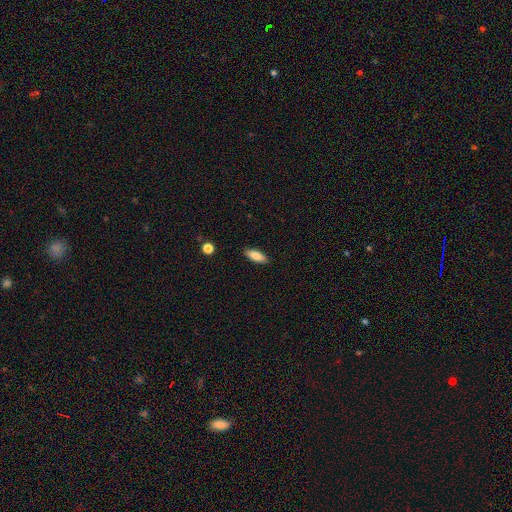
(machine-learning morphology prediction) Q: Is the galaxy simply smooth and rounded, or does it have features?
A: smooth — 81%.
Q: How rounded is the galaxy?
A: in between — 71%.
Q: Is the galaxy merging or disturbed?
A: none — 89%.